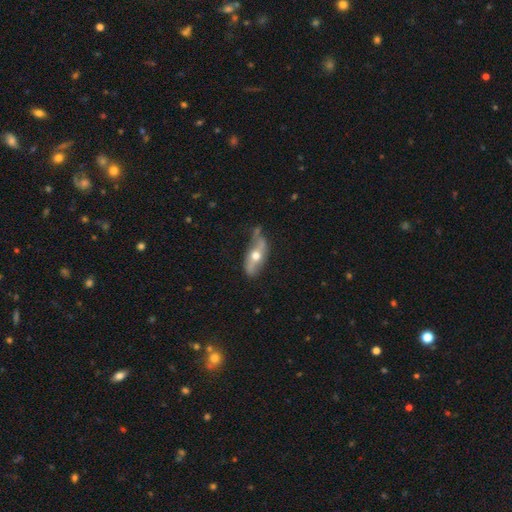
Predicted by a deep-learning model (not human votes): Overall: featured or disk (61%; smooth 33%). Edge-on disk: no (61%; yes 39%). Merging: none (56%; minor disturbance 30%).